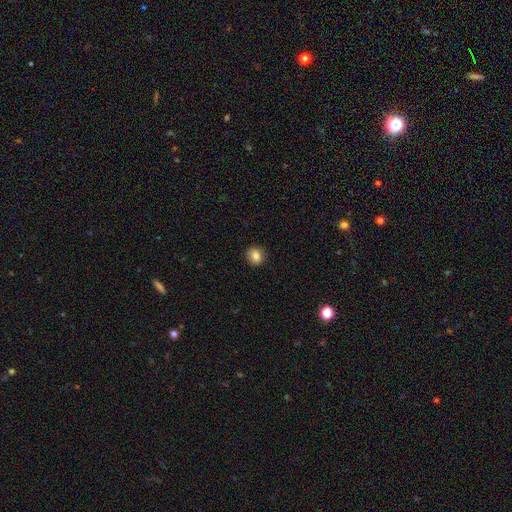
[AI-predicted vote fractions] smooth_or_featured: smooth (p=0.83) [alt: star or artifact p=0.10]
how_rounded: round (p=0.74) [alt: in between p=0.25]
merging: none (p=0.88) [alt: minor disturbance p=0.09]